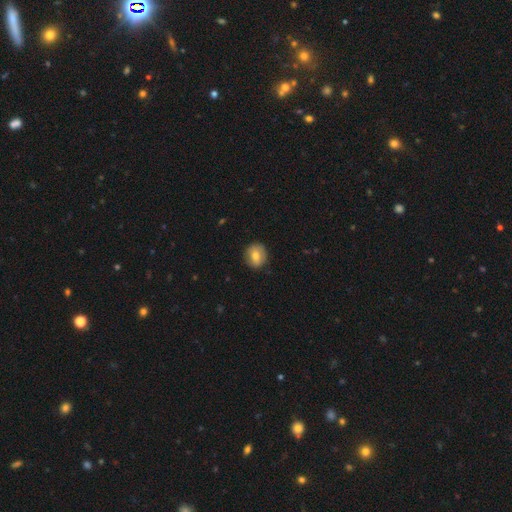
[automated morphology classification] The model was most divided on "smooth or featured": smooth: 67%, featured or disk: 25%, star or artifact: 8%. More confident: merging — none (85%); how rounded — round (82%).